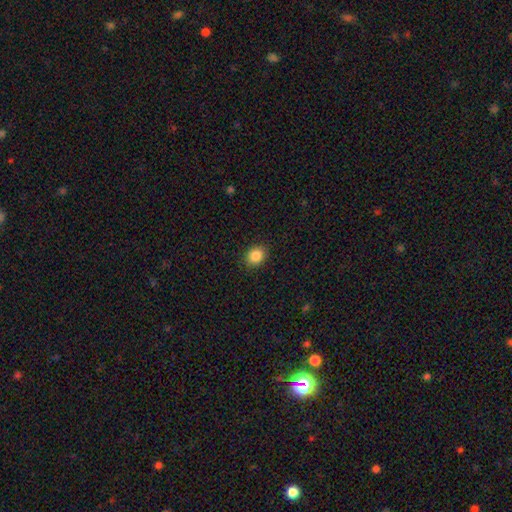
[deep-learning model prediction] smooth-or-featured: smooth: 87% | star or artifact: 9% | featured or disk: 4%
  how-rounded: round: 52% | in between: 47% | cigar-shaped: 1%
  merging: none: 89% | minor disturbance: 8% | major disturbance: 2% | merger: 1%